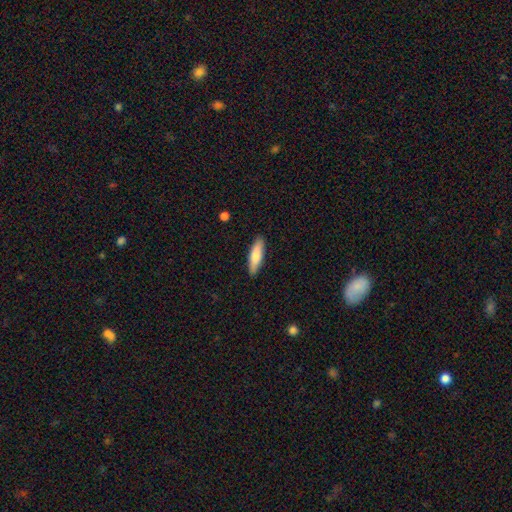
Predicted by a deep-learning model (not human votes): The model was most divided on "how rounded": cigar-shaped: 59%, in between: 40%, round: 2%. More confident: merging — none (89%); smooth or featured — smooth (77%).